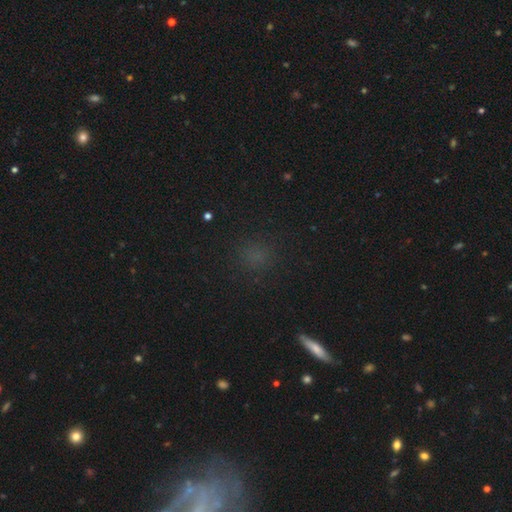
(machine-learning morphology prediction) This is likely a smooth galaxy (63%). How rounded: likely round (72%). Merging: clearly none (84%).